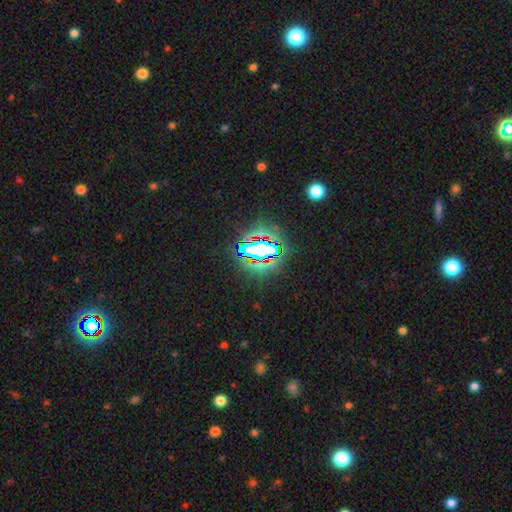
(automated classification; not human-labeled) Smooth or featured? Predicted: star or artifact (p=0.83).